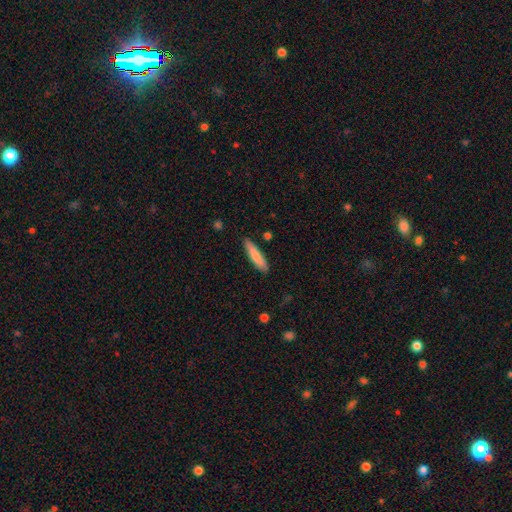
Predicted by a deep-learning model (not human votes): smooth 82%, featured or disk 12%, star or artifact 6%. Down the decision tree: how rounded — cigar-shaped (80%); merging — none (87%).